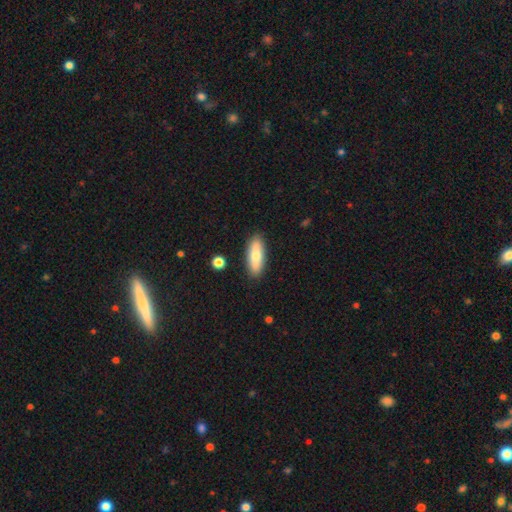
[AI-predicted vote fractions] A smooth galaxy with no disk features (73%) that is in between round and cigar-shaped (61%).

Vote fractions:
- Smooth or featured? smooth: 73% / featured or disk: 21% / star or artifact: 6%
- How rounded? in between: 61% / cigar-shaped: 36% / round: 2%
- Merging? none: 87% / minor disturbance: 9% / major disturbance: 2% / merger: 2%